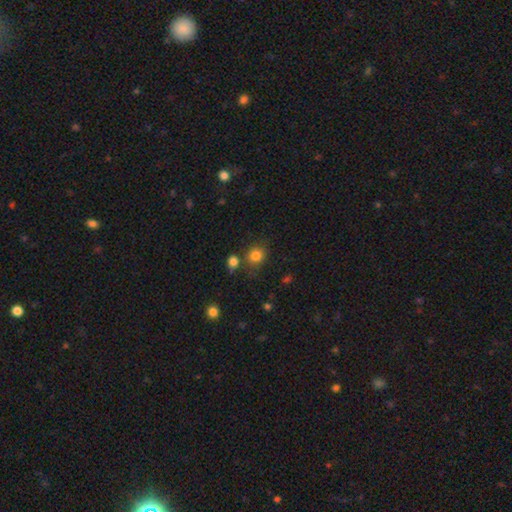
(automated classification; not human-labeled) Q: Smooth or featured?
A: smooth (82%); runner-up: star or artifact (13%)
Q: How rounded?
A: round (76%); runner-up: in between (23%)
Q: Merging?
A: none (71%); runner-up: minor disturbance (13%)